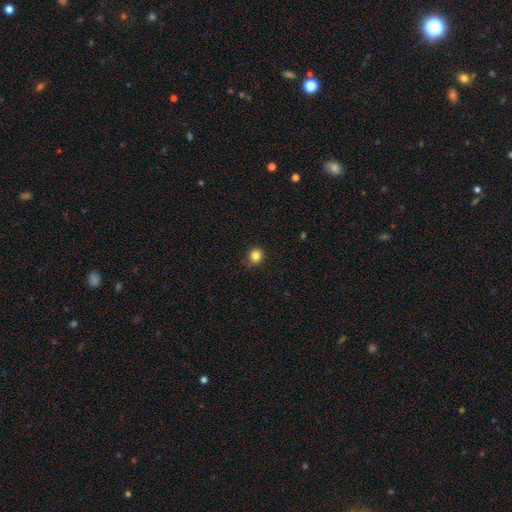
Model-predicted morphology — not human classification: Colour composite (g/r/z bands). It shows a smooth galaxy with no disk features (84%) that is round (82%). Merging: none (80%).